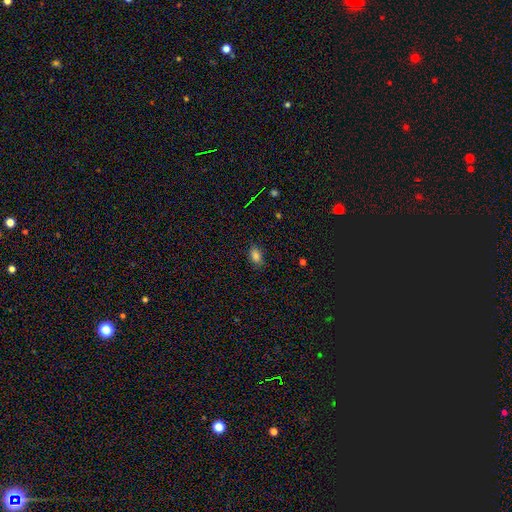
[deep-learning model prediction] A smooth galaxy with no disk features (81%) that is in between round and cigar-shaped (87%). Merging: none (82%).